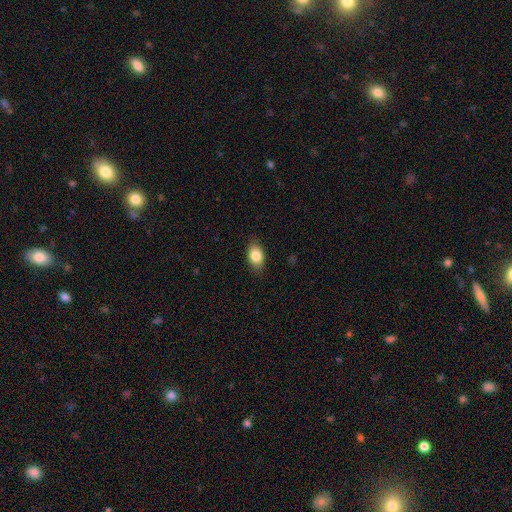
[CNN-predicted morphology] This appears to be a smooth galaxy with no disk features (84%) that is in between round and cigar-shaped (85%). Merging: none (85%).